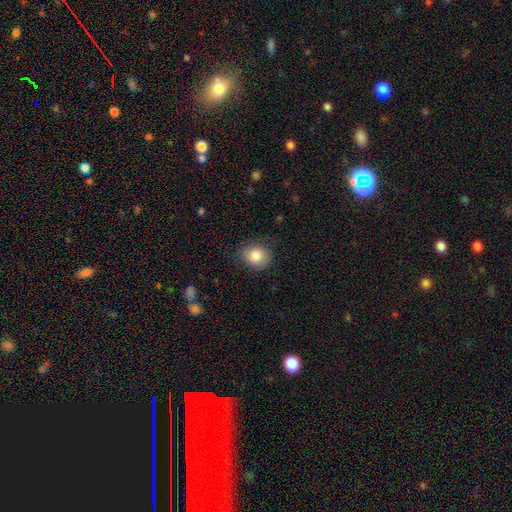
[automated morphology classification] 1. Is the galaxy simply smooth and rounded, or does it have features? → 85% smooth, 8% star or artifact, 7% featured or disk.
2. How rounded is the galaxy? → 70% round, 29% in between, 1% cigar-shaped.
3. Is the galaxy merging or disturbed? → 76% none, 18% minor disturbance, 5% major disturbance, 1% merger.